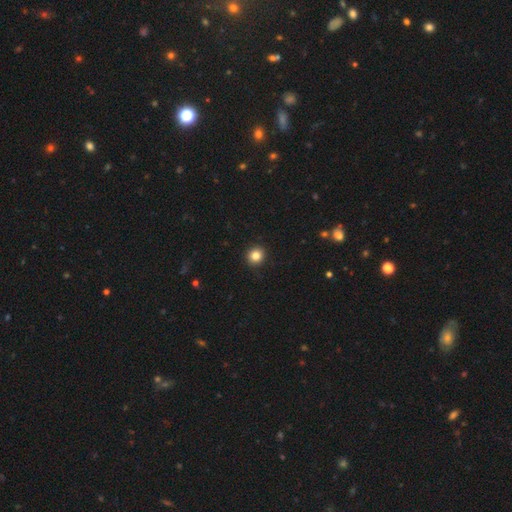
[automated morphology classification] Smooth or featured? Predicted: smooth (p=0.84). How rounded? Predicted: round (p=0.92). Merging? Predicted: none (p=0.92).